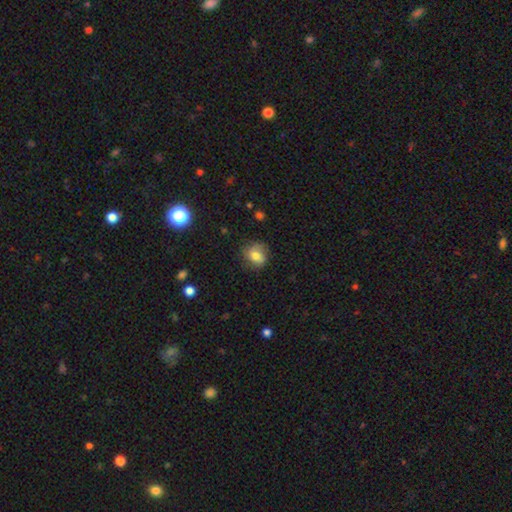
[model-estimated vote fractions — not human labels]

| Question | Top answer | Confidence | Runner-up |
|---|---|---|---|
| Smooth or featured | smooth | 68% | featured or disk (21%) |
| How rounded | round | 68% | in between (31%) |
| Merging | none | 71% | minor disturbance (21%) |